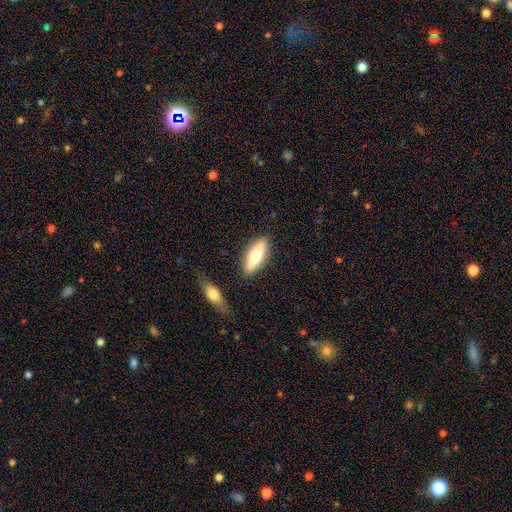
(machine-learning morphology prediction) smooth_or_featured: smooth (p=0.59) [alt: featured or disk p=0.35]
how_rounded: cigar-shaped (p=0.54) [alt: in between p=0.44]
merging: none (p=0.83) [alt: minor disturbance p=0.10]